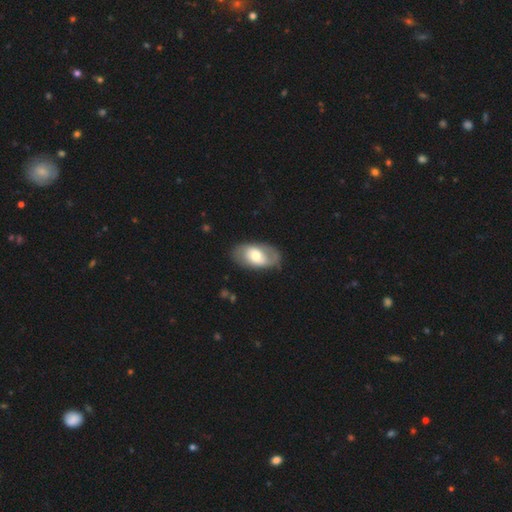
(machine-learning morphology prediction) type=featured or disk (48%); merging=none (76%).